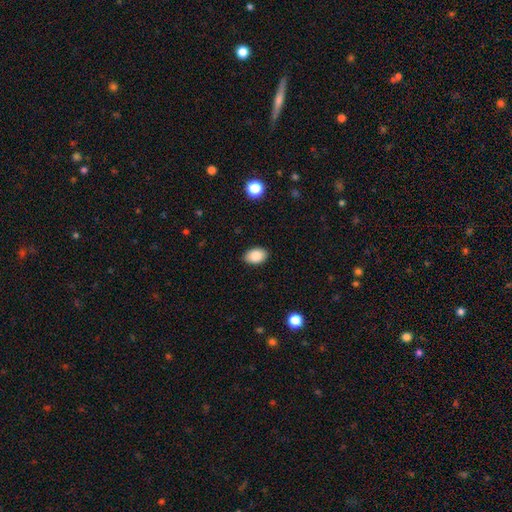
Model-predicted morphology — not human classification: The model was most divided on "how rounded": in between: 86%, round: 13%, cigar-shaped: 1%. More confident: merging — none (88%); smooth or featured — smooth (88%).